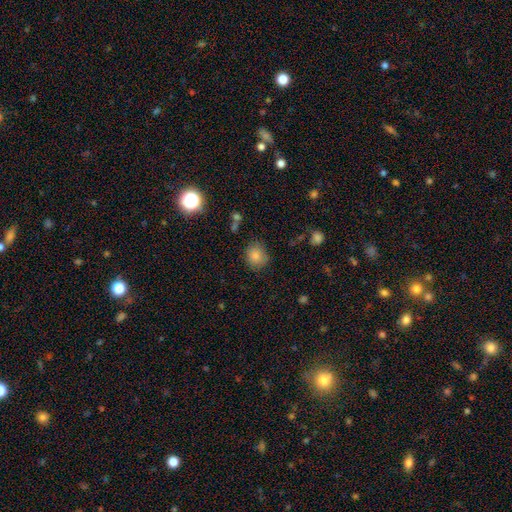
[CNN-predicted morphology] smooth-or-featured: smooth: 83% | star or artifact: 11% | featured or disk: 6%
  how-rounded: round: 75% | in between: 24% | cigar-shaped: 1%
  merging: none: 79% | minor disturbance: 15% | major disturbance: 4% | merger: 2%